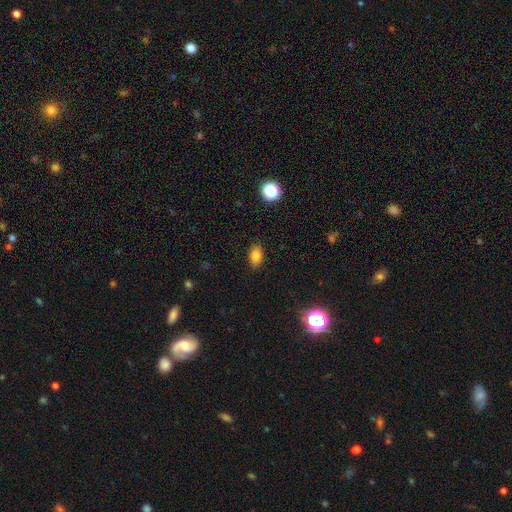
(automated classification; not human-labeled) Smooth or featured: smooth — 82% (star or artifact — 11%)
How rounded: in between — 85% (round — 12%)
Merging: none — 84% (minor disturbance — 12%)